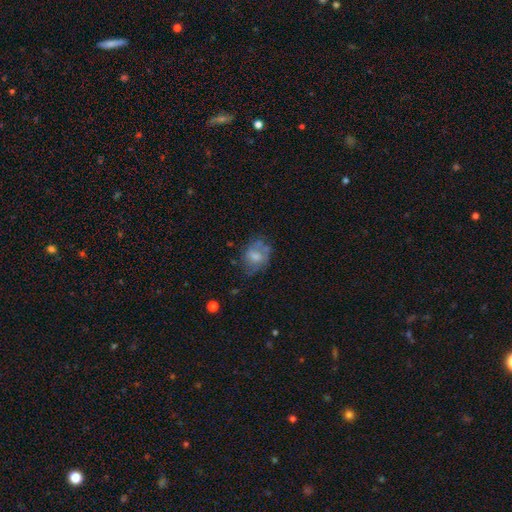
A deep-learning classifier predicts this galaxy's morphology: smooth 56%, featured or disk 35%, star or artifact 9%. Down the decision tree: how rounded — in between (56%); merging — none (45%).